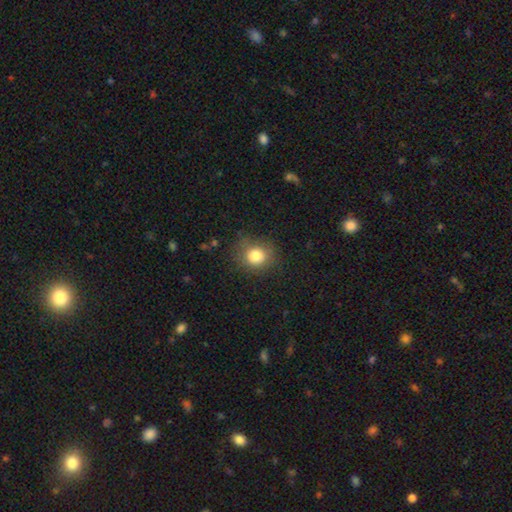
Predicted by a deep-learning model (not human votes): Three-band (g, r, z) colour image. It shows a smooth galaxy with no disk features (81%) that is round (80%). Merging: none (77%).